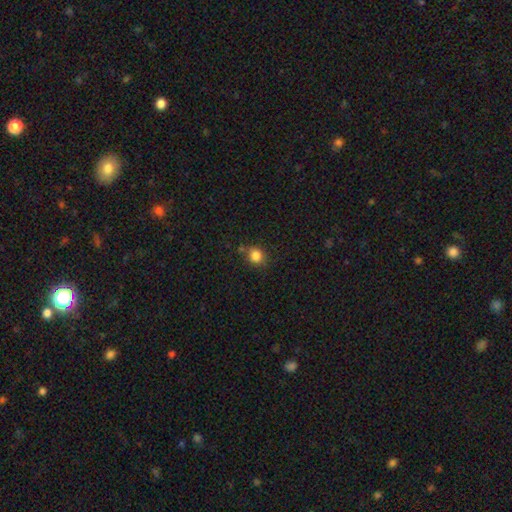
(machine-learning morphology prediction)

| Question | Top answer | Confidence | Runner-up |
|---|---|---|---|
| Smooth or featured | smooth | 84% | star or artifact (12%) |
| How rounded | round | 86% | in between (13%) |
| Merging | none | 76% | minor disturbance (13%) |